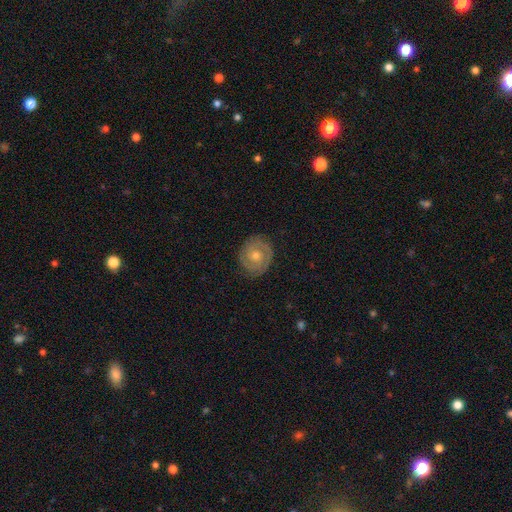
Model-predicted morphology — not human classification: This is likely a featured or disk galaxy (76%). It is clearly not viewed edge-on (97%). Bar: likely no (74%). Spiral arm pattern: clearly yes (90%). Spiral arm count: likely 2 (72%). Spiral winding: likely tight (74%). Central bulge: likely moderate (63%). Merging: clearly none (86%).